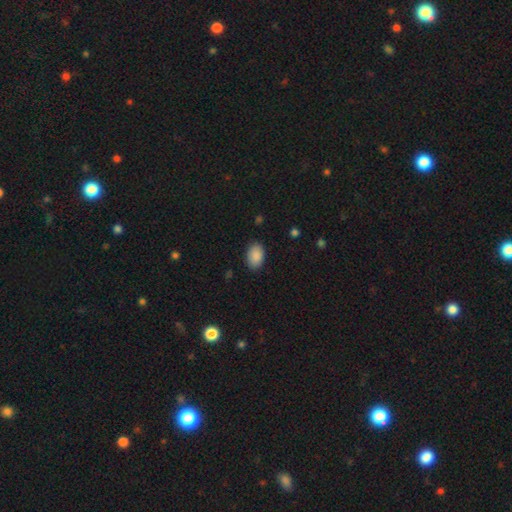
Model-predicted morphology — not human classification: smooth_or_featured: smooth (p=0.90) [alt: star or artifact p=0.07]
how_rounded: in between (p=0.89) [alt: round p=0.10]
merging: none (p=0.87) [alt: minor disturbance p=0.09]